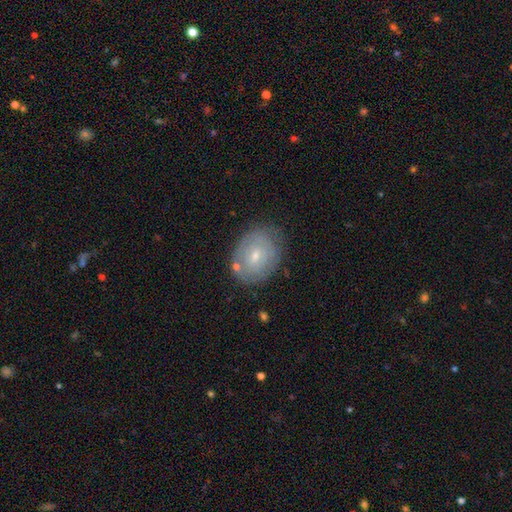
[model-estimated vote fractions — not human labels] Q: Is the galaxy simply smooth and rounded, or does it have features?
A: featured or disk — 48%.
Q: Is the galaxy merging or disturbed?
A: none — 73%.